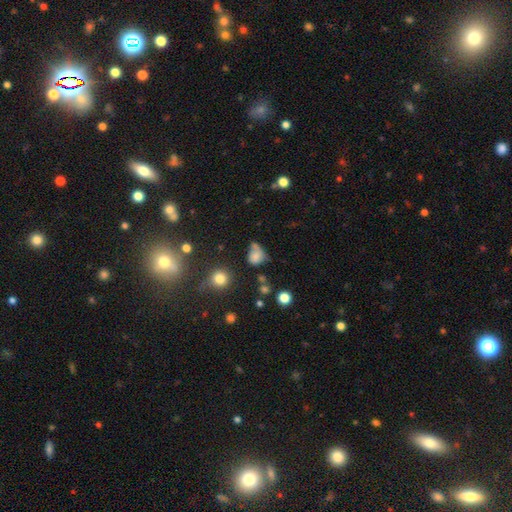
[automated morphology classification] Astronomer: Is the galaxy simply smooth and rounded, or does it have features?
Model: smooth — 73%.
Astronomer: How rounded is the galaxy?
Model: round — 57% (runner-up: in between, 41%).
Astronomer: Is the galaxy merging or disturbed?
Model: none — 38% (runner-up: minor disturbance, 27%).